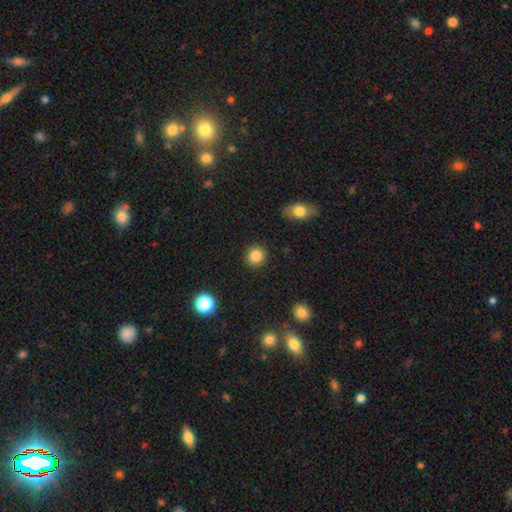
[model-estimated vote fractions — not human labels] This appears to be a smooth galaxy with no disk features (85%) that is round (91%). Merging: none (91%).